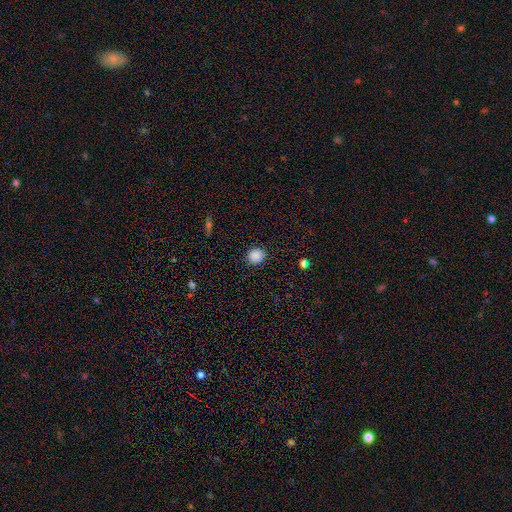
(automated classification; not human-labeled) Overall: smooth (86%). How rounded: round (83%). Merging: none (88%).